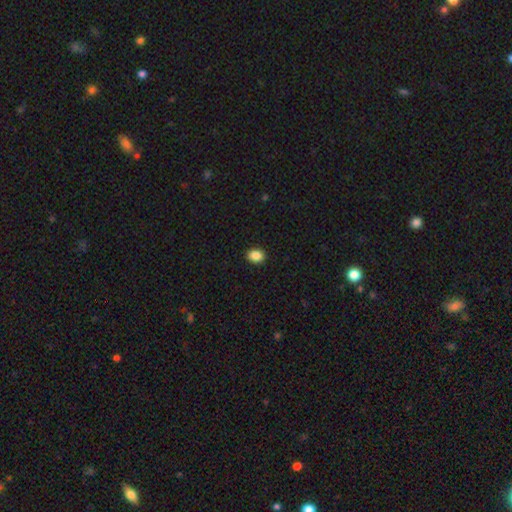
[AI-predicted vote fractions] A smooth galaxy with no disk features (88%) that is in between round and cigar-shaped (62%). Merging: none (91%).